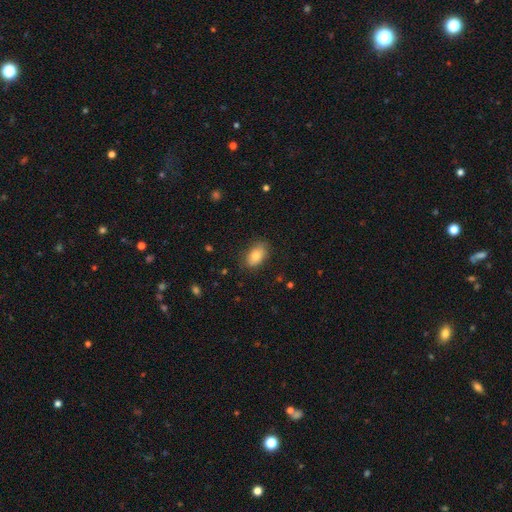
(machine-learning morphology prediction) This is clearly a smooth galaxy (81%). How rounded: clearly in between (90%). Merging: clearly none (83%).